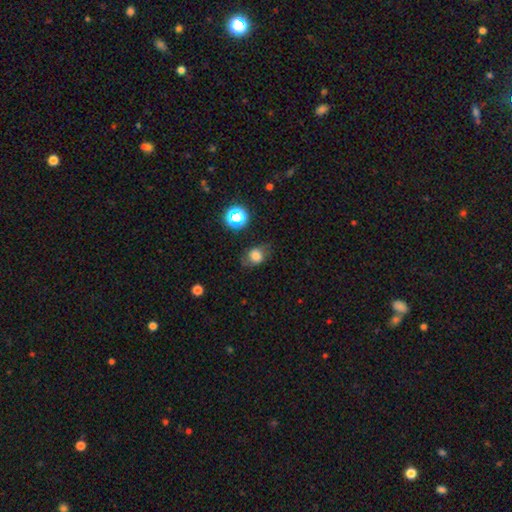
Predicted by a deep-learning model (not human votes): Overall: smooth (69%). How rounded: round (52%; in between 47%). Merging: none (65%).